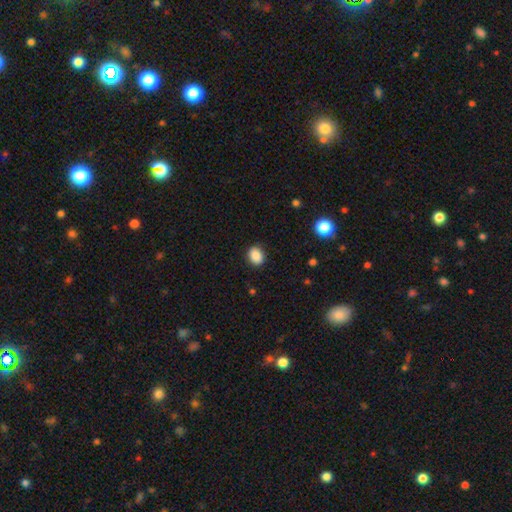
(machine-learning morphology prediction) smooth-or-featured: smooth: 88% | star or artifact: 9% | featured or disk: 3%
  how-rounded: in between: 56% | round: 43% | cigar-shaped: 1%
  merging: none: 87% | minor disturbance: 9% | major disturbance: 2% | merger: 1%